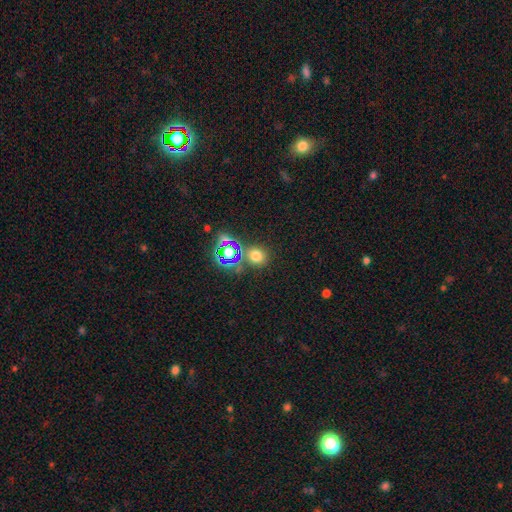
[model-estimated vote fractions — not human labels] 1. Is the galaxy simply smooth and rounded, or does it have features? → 65% smooth, 28% star or artifact, 7% featured or disk.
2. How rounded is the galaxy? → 74% round, 25% in between, 1% cigar-shaped.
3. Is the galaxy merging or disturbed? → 73% none, 12% merger, 10% minor disturbance, 4% major disturbance.